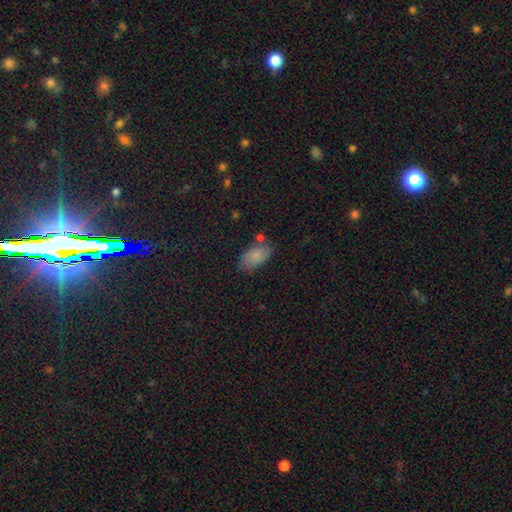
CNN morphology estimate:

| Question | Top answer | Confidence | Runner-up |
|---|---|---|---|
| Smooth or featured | smooth | 80% | featured or disk (11%) |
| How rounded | in between | 93% | round (5%) |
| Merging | none | 67% | minor disturbance (21%) |